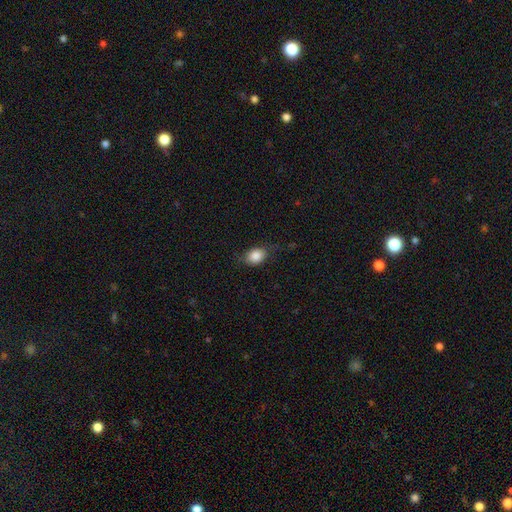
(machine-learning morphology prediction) smooth_or_featured: smooth (p=0.83) [alt: featured or disk p=0.09]
how_rounded: in between (p=0.64) [alt: round p=0.34]
merging: none (p=0.68) [alt: minor disturbance p=0.24]